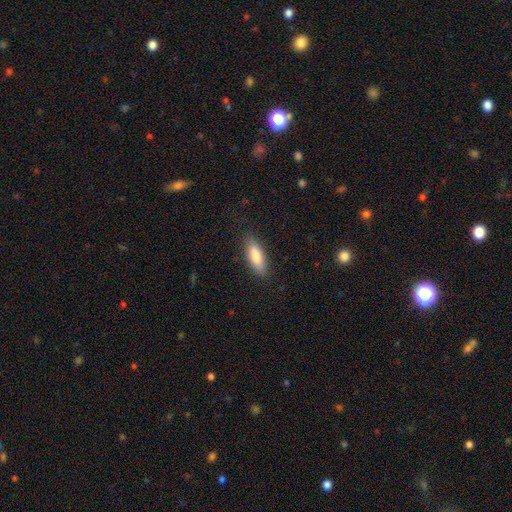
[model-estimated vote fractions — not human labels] Smooth or featured?
  - smooth: 82% *
  - featured or disk: 12%
  - star or artifact: 6%
How rounded?
  - in between: 63% *
  - cigar-shaped: 35%
  - round: 2%
Merging?
  - none: 85% *
  - minor disturbance: 11%
  - major disturbance: 3%
  - merger: 1%